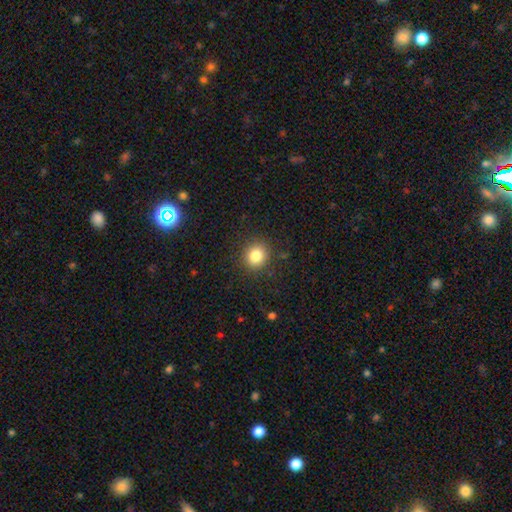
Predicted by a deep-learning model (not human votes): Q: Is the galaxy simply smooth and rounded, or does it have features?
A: smooth — 83%.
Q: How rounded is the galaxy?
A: round — 83%.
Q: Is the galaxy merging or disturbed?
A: none — 88%.